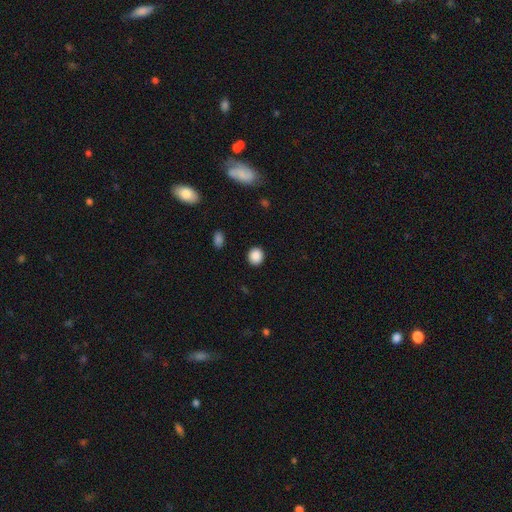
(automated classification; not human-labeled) Smooth or featured? Predicted: smooth (p=0.88). How rounded? Predicted: round (p=0.82). Merging? Predicted: none (p=0.91).